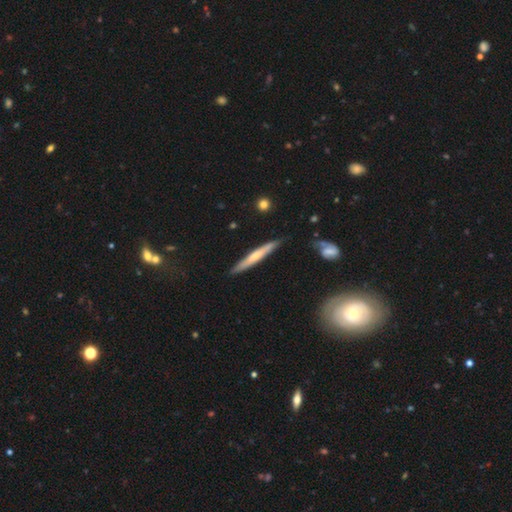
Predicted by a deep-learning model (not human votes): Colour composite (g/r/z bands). It shows a smooth galaxy with no disk features (49%). Merging: none (85%).